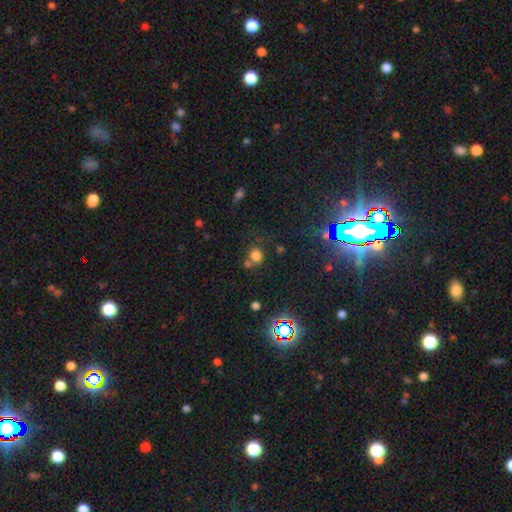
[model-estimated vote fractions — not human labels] The model was most divided on "merging": none: 51%, merger: 29%, minor disturbance: 13%, major disturbance: 7%. More confident: smooth or featured — smooth (72%); how rounded — round (70%).